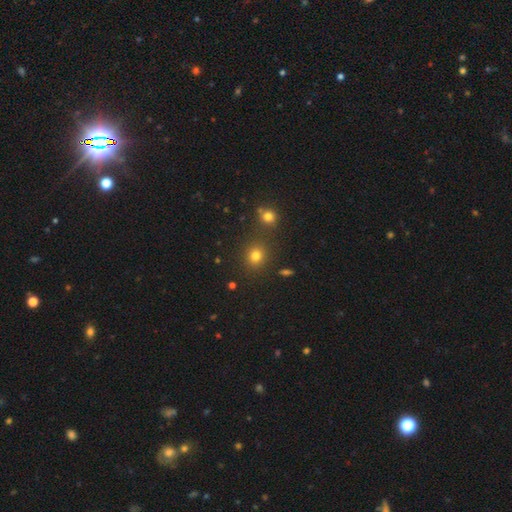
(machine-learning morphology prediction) smooth-or-featured: smooth: 76% | star or artifact: 17% | featured or disk: 7%
  how-rounded: round: 80% | in between: 19% | cigar-shaped: 1%
  merging: none: 80% | merger: 9% | minor disturbance: 8% | major disturbance: 3%